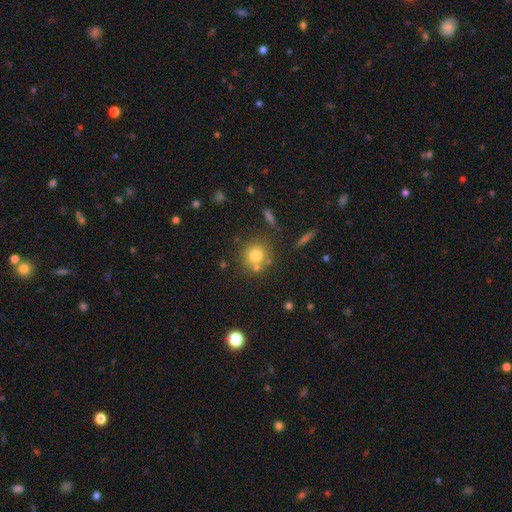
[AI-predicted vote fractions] Smooth or featured? Predicted: smooth (p=0.74). How rounded? Predicted: round (p=0.90). Merging? Predicted: none (p=0.71).